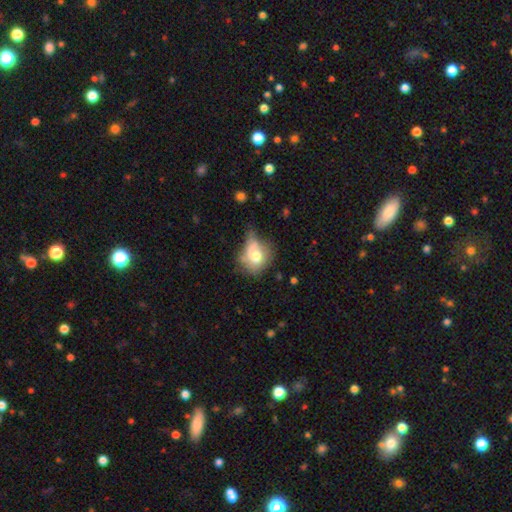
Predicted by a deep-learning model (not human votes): Q: Smooth or featured?
A: smooth (66%); runner-up: featured or disk (24%)
Q: How rounded?
A: round (65%); runner-up: in between (34%)
Q: Merging?
A: minor disturbance (35%); runner-up: none (33%)